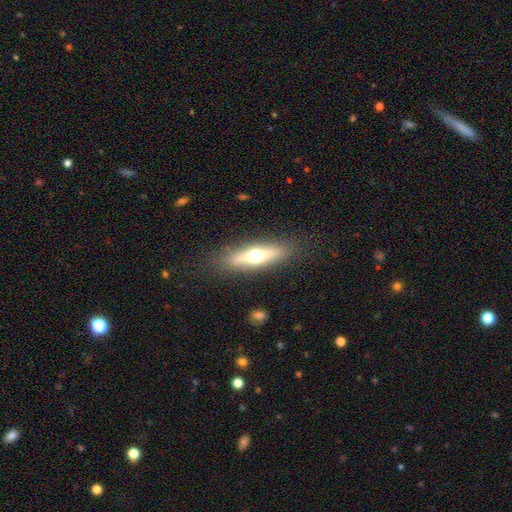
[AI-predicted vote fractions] A featured or disk galaxy (49%).

Vote fractions:
- Smooth or featured? featured or disk: 49% / smooth: 43% / star or artifact: 8%
- Merging? none: 86% / minor disturbance: 9% / major disturbance: 3% / merger: 1%